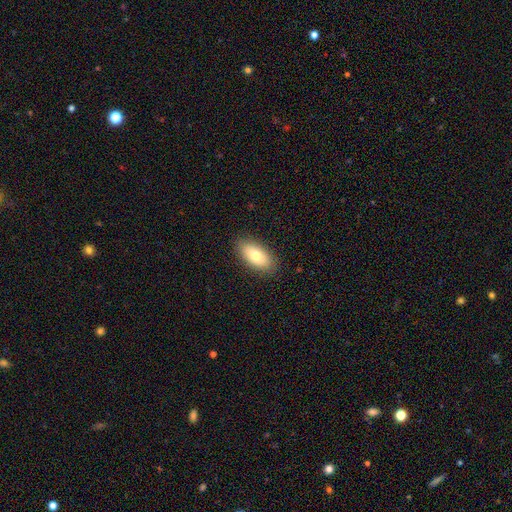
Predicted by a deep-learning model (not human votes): The model was most divided on "smooth or featured": smooth: 77%, featured or disk: 16%, star or artifact: 7%. More confident: how rounded — in between (90%); merging — none (88%).